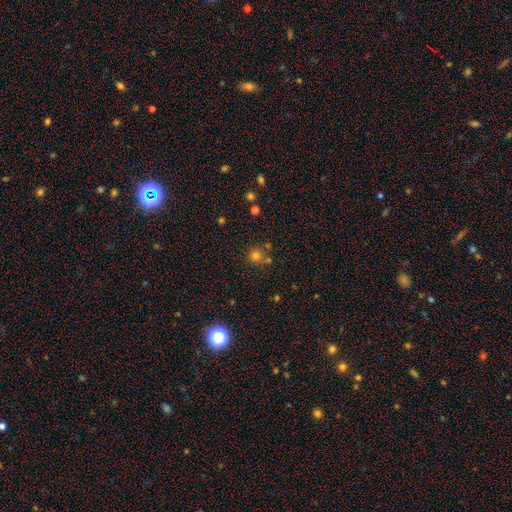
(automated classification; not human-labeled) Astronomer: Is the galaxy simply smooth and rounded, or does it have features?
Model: smooth — 75%.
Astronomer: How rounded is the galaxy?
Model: round — 90%.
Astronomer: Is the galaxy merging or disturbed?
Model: none — 64%.